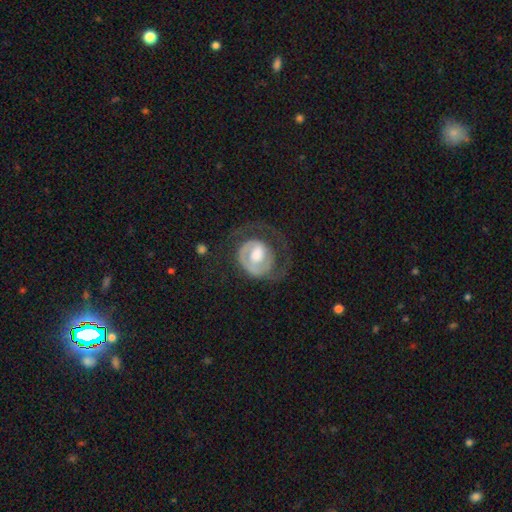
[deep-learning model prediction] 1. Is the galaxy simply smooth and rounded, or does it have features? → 74% featured or disk, 21% smooth, 6% star or artifact.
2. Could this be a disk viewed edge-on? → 98% no, 2% yes.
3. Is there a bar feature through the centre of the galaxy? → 50% no, 38% weak, 12% strong.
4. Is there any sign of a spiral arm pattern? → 83% yes, 17% no.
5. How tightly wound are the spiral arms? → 51% tight, 30% medium, 19% loose.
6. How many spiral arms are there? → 67% 1, 18% 2, 10% can't tell, 2% 3, 1% 4, 1% more than 4.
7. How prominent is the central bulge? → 50% moderate, 30% large, 13% small, 4% none, 3% dominant.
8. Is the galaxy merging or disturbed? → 47% none, 35% major disturbance, 16% minor disturbance, 2% merger.